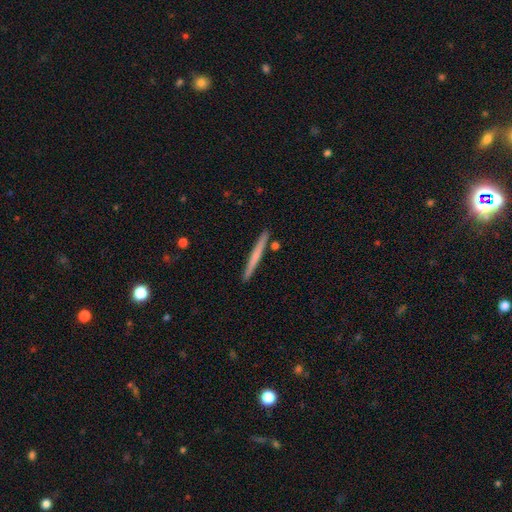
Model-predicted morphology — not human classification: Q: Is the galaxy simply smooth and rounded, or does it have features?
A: smooth — 54%.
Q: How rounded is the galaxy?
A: cigar-shaped — 97%.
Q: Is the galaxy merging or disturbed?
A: none — 90%.